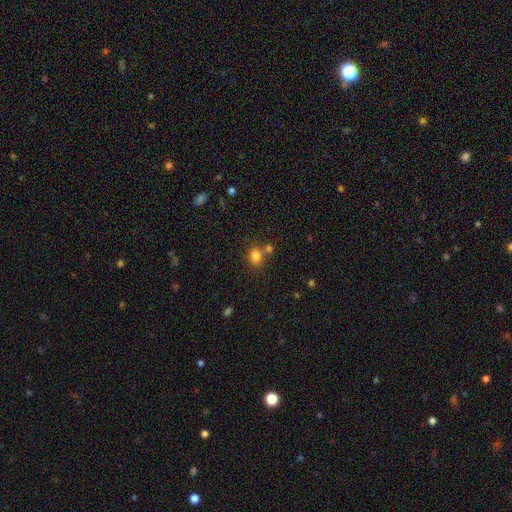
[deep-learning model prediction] This is clearly a smooth galaxy (81%). How rounded: likely round (63%). Merging: likely none (61%).